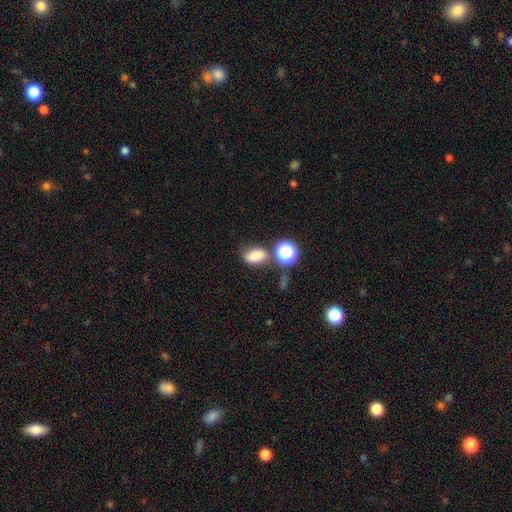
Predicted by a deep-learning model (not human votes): smooth-or-featured: smooth: 79% | star or artifact: 14% | featured or disk: 7%
  how-rounded: in between: 75% | round: 23% | cigar-shaped: 2%
  merging: none: 63% | minor disturbance: 17% | merger: 14% | major disturbance: 6%